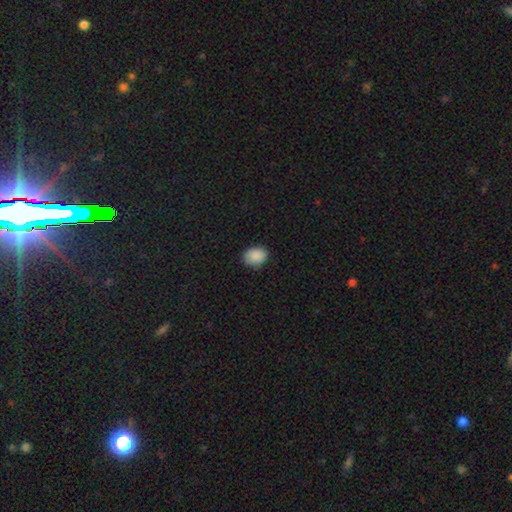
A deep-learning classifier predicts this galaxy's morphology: Smooth or featured: smooth — 89% (star or artifact — 8%)
How rounded: in between — 64% (round — 35%)
Merging: none — 82% (minor disturbance — 15%)